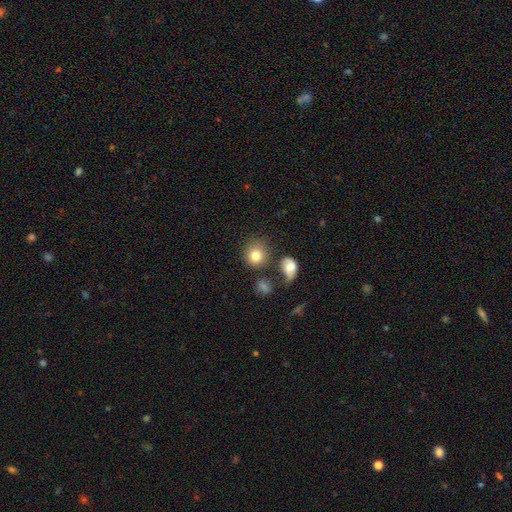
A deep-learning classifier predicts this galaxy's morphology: type=smooth (81%); roundness=round (83%); merging=none (68%).